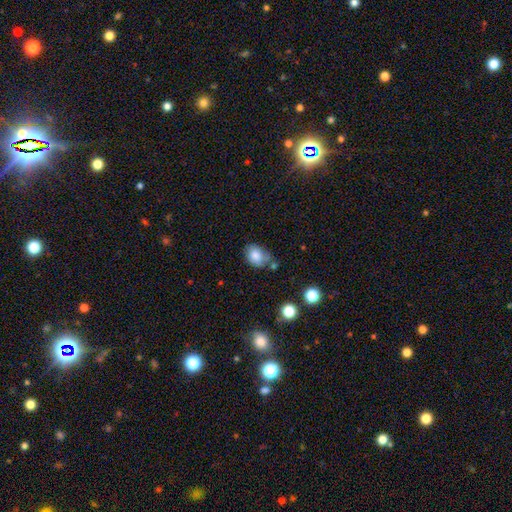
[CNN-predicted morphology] smooth_or_featured: smooth (p=0.80) [alt: featured or disk p=0.11]
how_rounded: in between (p=0.78) [alt: round p=0.21]
merging: none (p=0.54) [alt: minor disturbance p=0.29]